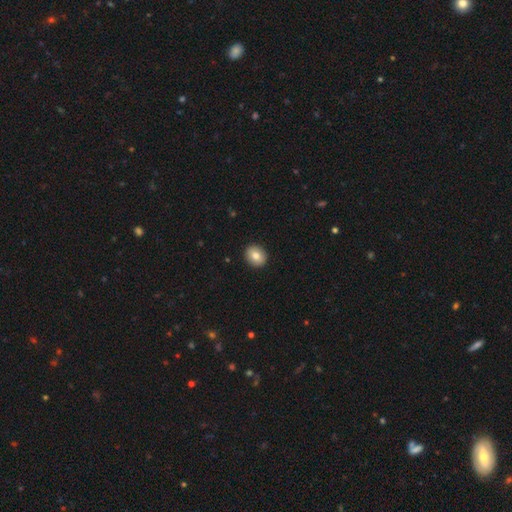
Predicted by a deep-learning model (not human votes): Smooth or featured?
  - smooth: 81% *
  - featured or disk: 11%
  - star or artifact: 8%
How rounded?
  - round: 63% *
  - in between: 36%
  - cigar-shaped: 1%
Merging?
  - none: 92% *
  - minor disturbance: 6%
  - major disturbance: 2%
  - merger: 1%